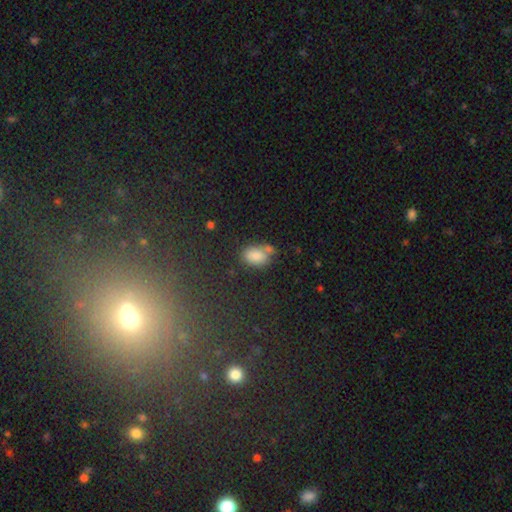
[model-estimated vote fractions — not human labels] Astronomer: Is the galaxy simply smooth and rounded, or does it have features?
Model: smooth — 82%.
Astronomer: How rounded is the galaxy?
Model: in between — 84%.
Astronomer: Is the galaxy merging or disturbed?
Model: none — 52%.